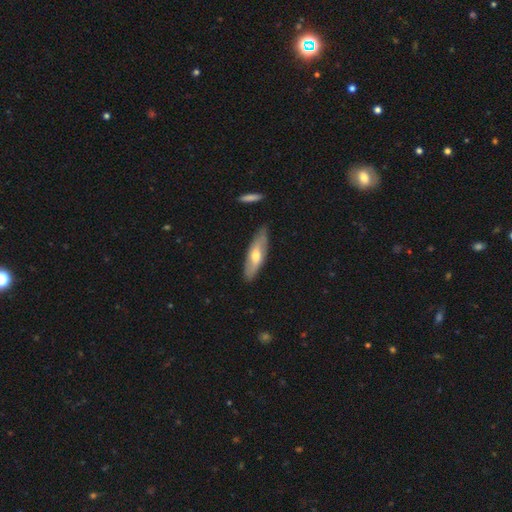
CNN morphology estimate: Smooth or featured? Predicted: smooth (p=0.47, tied with featured or disk). Merging? Predicted: none (p=0.82).